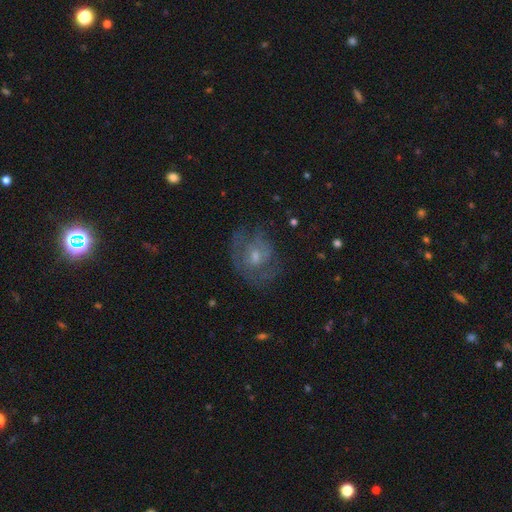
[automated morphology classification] Smooth or featured: featured or disk — 58% (smooth — 32%)
Edge-on disk: no — 97% (yes — 3%)
Bar: no — 67% (weak — 29%)
Spiral arms: yes — 61% (no — 39%)
Bulge size: small — 46% (moderate — 44%)
Merging: none — 54% (minor disturbance — 23%)